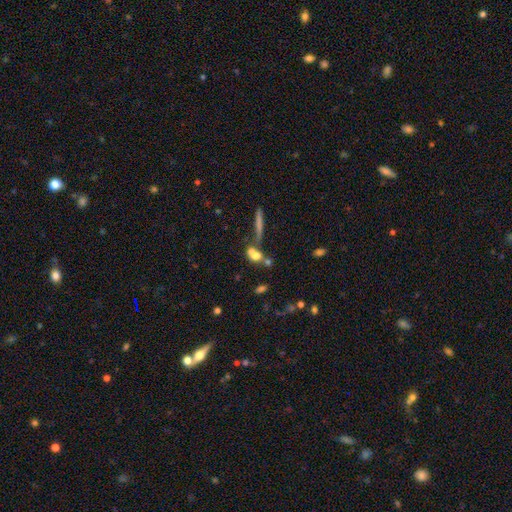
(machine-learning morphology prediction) Smooth or featured?
  - smooth: 65% *
  - featured or disk: 22%
  - star or artifact: 14%
How rounded?
  - in between: 44% *
  - round: 39%
  - cigar-shaped: 17%
Merging?
  - merger: 43% *
  - none: 39%
  - minor disturbance: 11%
  - major disturbance: 7%